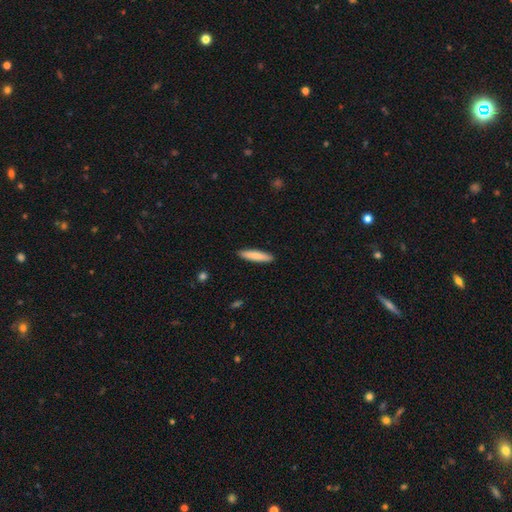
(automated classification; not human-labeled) Smooth or featured?
  - smooth: 81% *
  - featured or disk: 13%
  - star or artifact: 5%
How rounded?
  - cigar-shaped: 84% *
  - in between: 15%
  - round: 1%
Merging?
  - none: 91% *
  - minor disturbance: 7%
  - major disturbance: 1%
  - merger: 1%